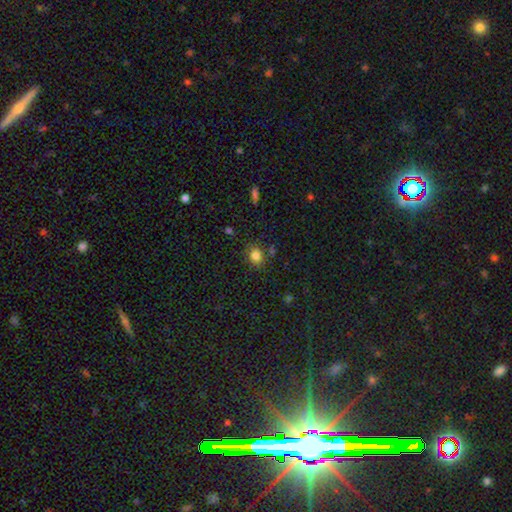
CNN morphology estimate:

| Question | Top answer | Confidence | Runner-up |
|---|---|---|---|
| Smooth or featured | smooth | 81% | star or artifact (12%) |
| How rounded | round | 59% | in between (40%) |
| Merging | none | 78% | minor disturbance (13%) |